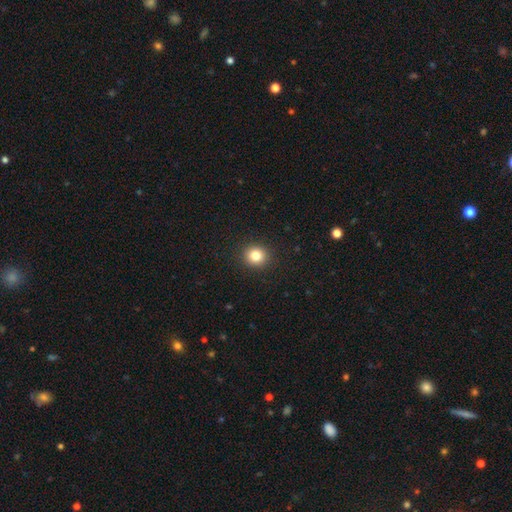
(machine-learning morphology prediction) Smooth or featured? smooth (82%)
How rounded? round (89%)
Merging? none (92%)